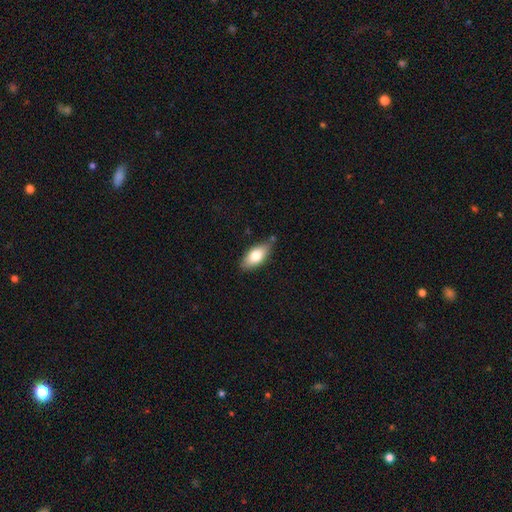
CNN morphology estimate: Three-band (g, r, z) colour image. It shows a smooth galaxy with no disk features (75%) that is in between round and cigar-shaped (86%). Merging: none (76%).